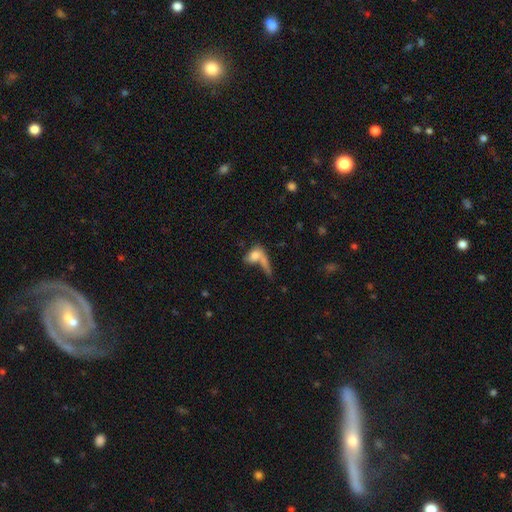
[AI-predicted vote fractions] Smooth or featured?
  - smooth: 63% *
  - featured or disk: 25%
  - star or artifact: 12%
How rounded?
  - in between: 65% *
  - round: 20%
  - cigar-shaped: 15%
Merging?
  - merger: 40% *
  - none: 26%
  - major disturbance: 22%
  - minor disturbance: 12%